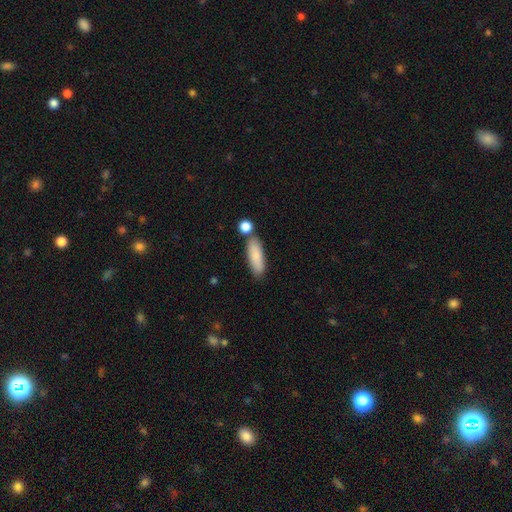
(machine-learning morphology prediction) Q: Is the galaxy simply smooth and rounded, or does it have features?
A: smooth — 85%.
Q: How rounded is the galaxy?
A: in between — 56%.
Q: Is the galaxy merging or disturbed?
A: none — 69%.